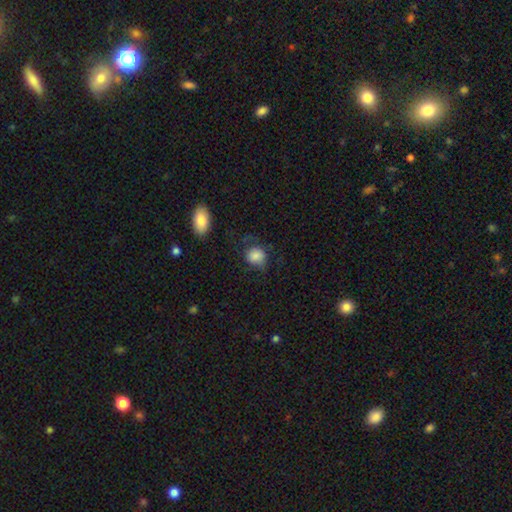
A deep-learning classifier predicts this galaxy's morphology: Smooth or featured? smooth (78%)
How rounded? round (71%)
Merging? none (54%)